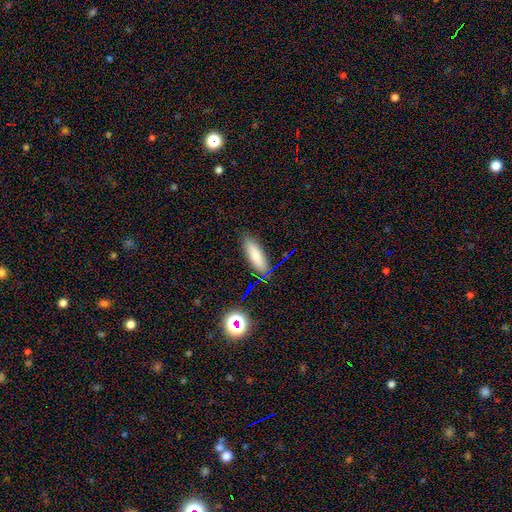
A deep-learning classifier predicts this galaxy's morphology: This appears to be a smooth galaxy with no disk features (75%) that is in between round and cigar-shaped (54%). Merging: none (79%).